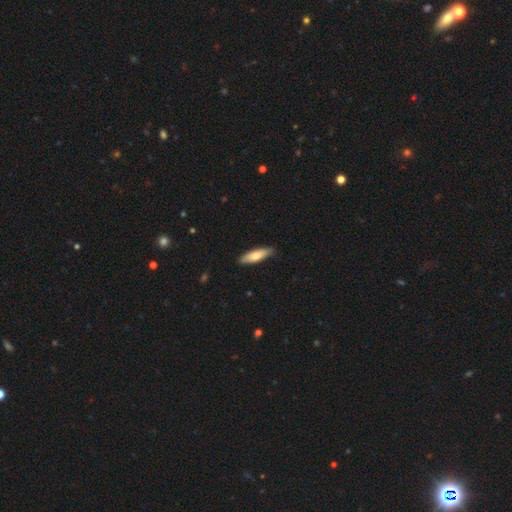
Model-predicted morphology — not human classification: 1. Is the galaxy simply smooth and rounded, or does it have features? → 68% smooth, 26% featured or disk, 5% star or artifact.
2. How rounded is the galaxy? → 60% cigar-shaped, 38% in between, 2% round.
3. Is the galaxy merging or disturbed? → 87% none, 11% minor disturbance, 2% major disturbance, 1% merger.